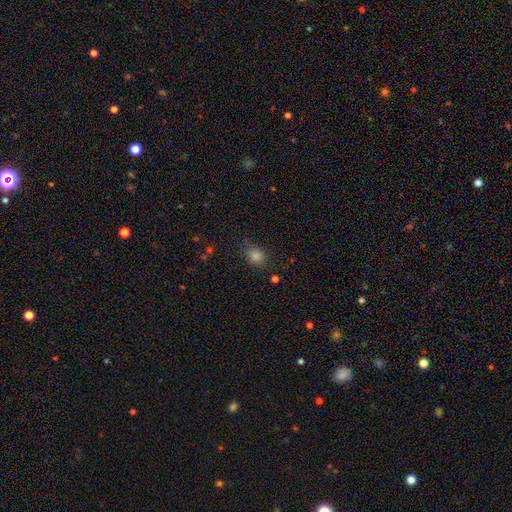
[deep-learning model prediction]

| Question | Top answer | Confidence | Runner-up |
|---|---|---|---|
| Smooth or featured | smooth | 77% | star or artifact (18%) |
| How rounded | round | 55% | in between (44%) |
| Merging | none | 80% | minor disturbance (14%) |